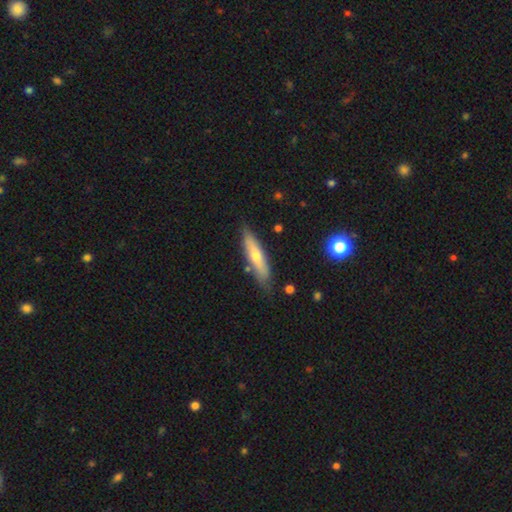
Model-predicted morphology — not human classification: smooth_or_featured: smooth (p=0.55) [alt: featured or disk p=0.39]
how_rounded: cigar-shaped (p=0.77) [alt: in between p=0.21]
merging: none (p=0.80) [alt: minor disturbance p=0.14]